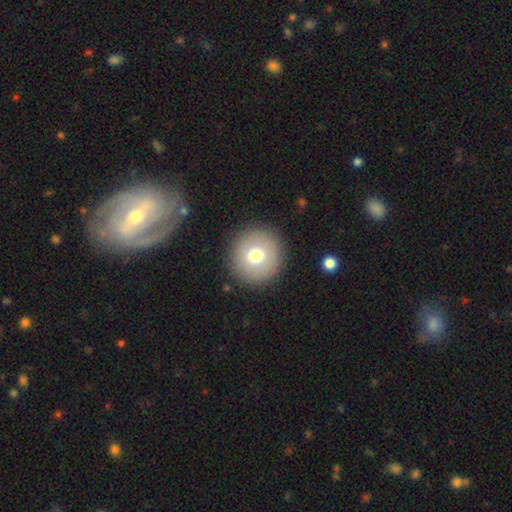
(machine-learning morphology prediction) A smooth galaxy with no disk features (73%) that is round (96%).

Vote fractions:
- Smooth or featured? smooth: 73% / featured or disk: 16% / star or artifact: 10%
- How rounded? round: 96% / in between: 3% / cigar-shaped: 1%
- Merging? none: 91% / minor disturbance: 6% / major disturbance: 3% / merger: 1%